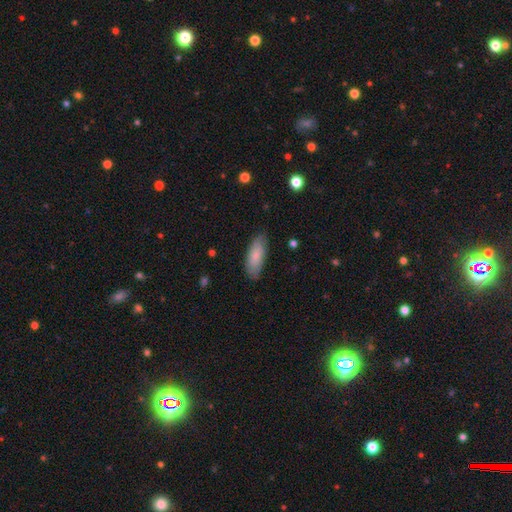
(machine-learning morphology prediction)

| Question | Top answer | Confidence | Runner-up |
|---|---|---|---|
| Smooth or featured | smooth | 81% | featured or disk (13%) |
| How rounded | in between | 71% | cigar-shaped (27%) |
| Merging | none | 81% | minor disturbance (15%) |